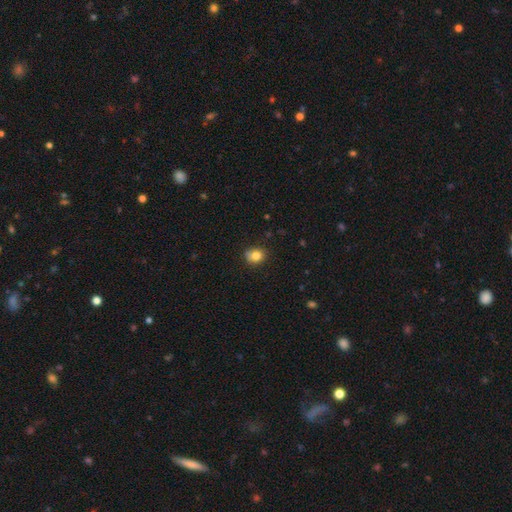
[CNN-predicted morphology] smooth_or_featured: smooth (p=0.81) [alt: star or artifact p=0.11]
how_rounded: round (p=0.70) [alt: in between p=0.29]
merging: none (p=0.74) [alt: minor disturbance p=0.20]